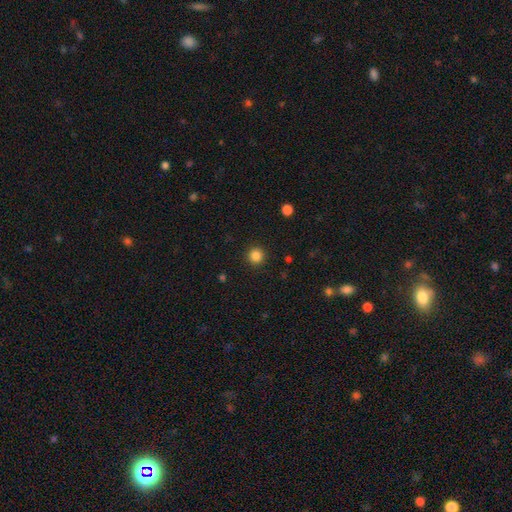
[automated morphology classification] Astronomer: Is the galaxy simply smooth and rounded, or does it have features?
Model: smooth — 85%.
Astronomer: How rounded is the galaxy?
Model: round — 95%.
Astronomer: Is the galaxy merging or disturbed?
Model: none — 92%.